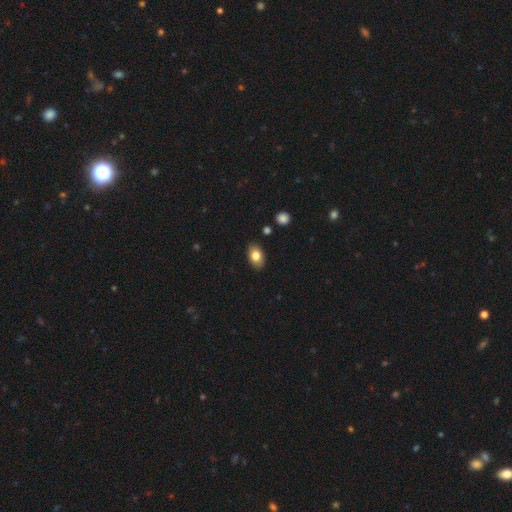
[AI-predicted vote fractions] Smooth or featured? Predicted: smooth (p=0.81). How rounded? Predicted: in between (p=0.88). Merging? Predicted: none (p=0.87).